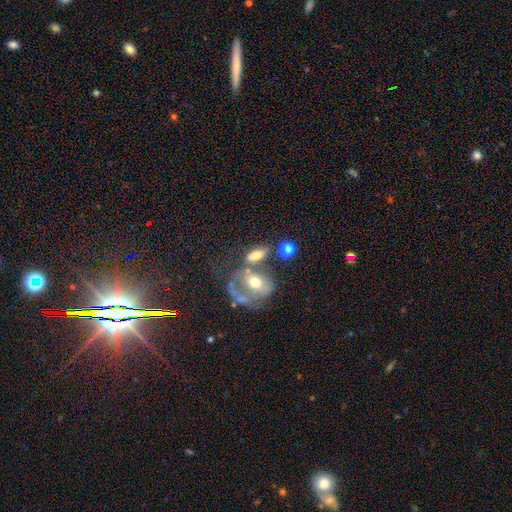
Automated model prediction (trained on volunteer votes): Smooth or featured? Predicted: smooth (p=0.61). How rounded? Predicted: in between (p=0.78). Merging? Predicted: merger (p=0.39).